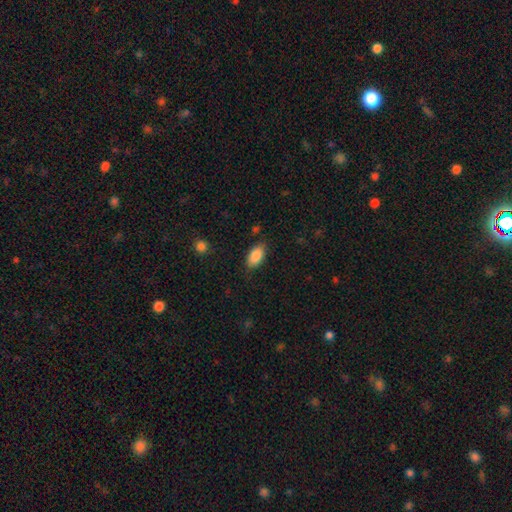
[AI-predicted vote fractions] Smooth or featured?
  - smooth: 88% *
  - star or artifact: 7%
  - featured or disk: 5%
How rounded?
  - in between: 93% *
  - round: 4%
  - cigar-shaped: 3%
Merging?
  - none: 81% *
  - minor disturbance: 14%
  - major disturbance: 3%
  - merger: 1%